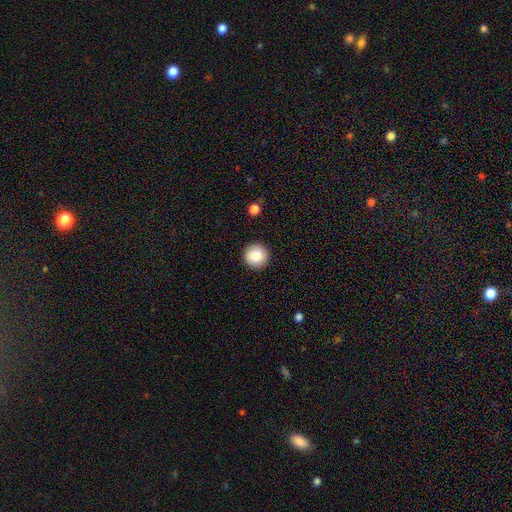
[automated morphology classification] A smooth galaxy with no disk features (86%) that is round (96%). Merging: none (92%).